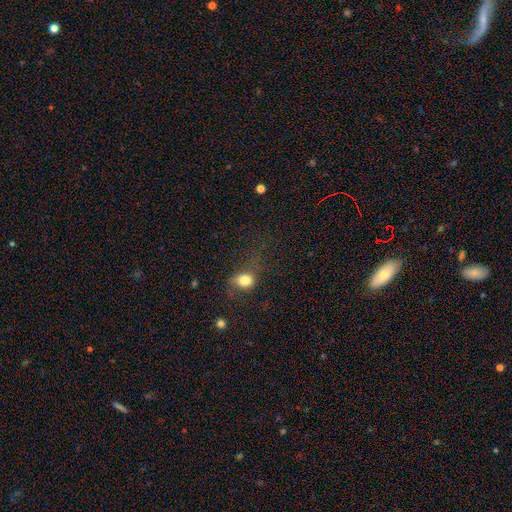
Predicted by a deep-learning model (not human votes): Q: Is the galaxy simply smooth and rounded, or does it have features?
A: smooth — 45%.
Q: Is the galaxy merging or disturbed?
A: none — 52%.